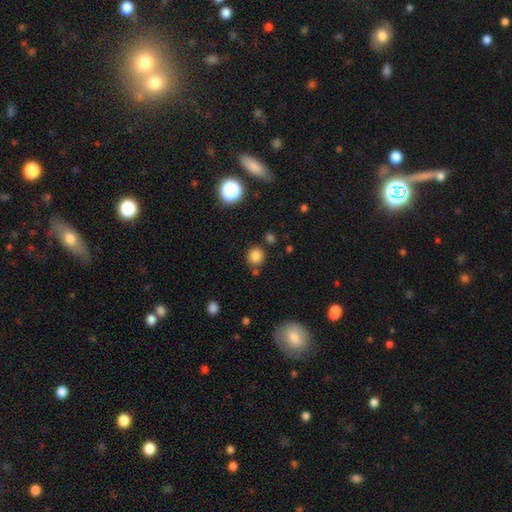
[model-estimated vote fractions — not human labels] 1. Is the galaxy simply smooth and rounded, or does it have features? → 82% smooth, 13% star or artifact, 5% featured or disk.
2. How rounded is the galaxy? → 91% round, 8% in between, 1% cigar-shaped.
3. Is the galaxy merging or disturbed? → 81% none, 9% minor disturbance, 7% merger, 3% major disturbance.